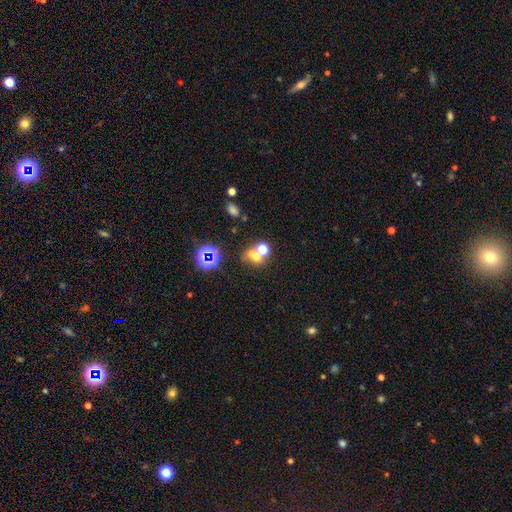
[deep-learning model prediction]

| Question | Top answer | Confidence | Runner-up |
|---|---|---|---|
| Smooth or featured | smooth | 55% | star or artifact (28%) |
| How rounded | round | 61% | in between (38%) |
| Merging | merger | 48% | none (37%) |